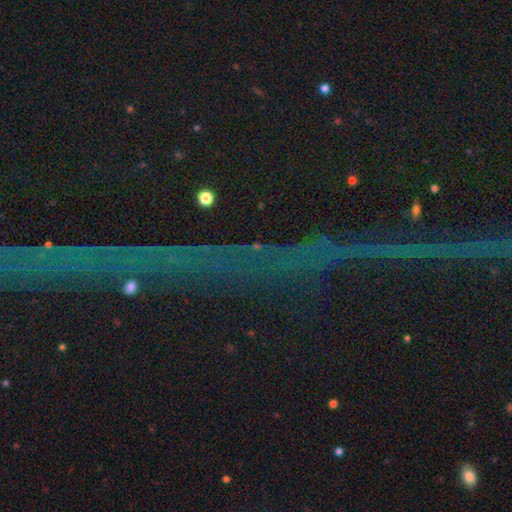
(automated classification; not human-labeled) Smooth or featured?
  - star or artifact: 81% *
  - featured or disk: 10%
  - smooth: 8%